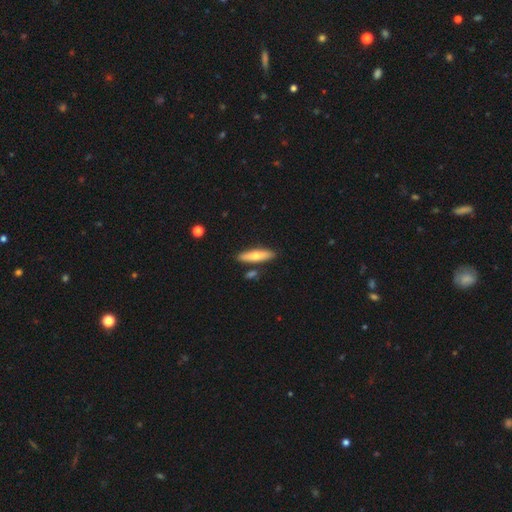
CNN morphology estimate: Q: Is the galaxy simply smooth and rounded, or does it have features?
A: smooth — 64%.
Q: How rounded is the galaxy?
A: cigar-shaped — 70%.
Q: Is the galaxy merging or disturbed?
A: none — 84%.